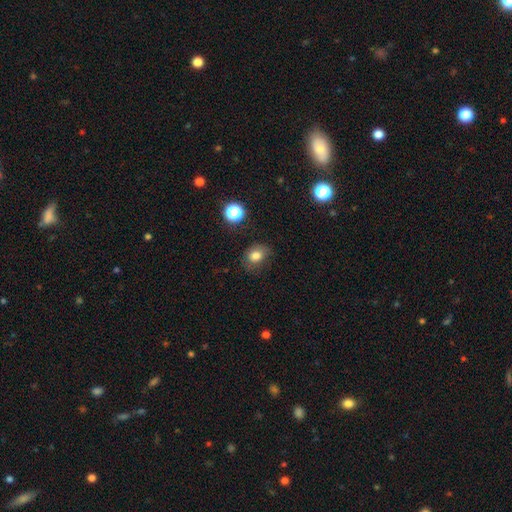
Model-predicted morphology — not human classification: Smooth or featured? Predicted: smooth (p=0.79). How rounded? Predicted: in between (p=0.55). Merging? Predicted: none (p=0.73).